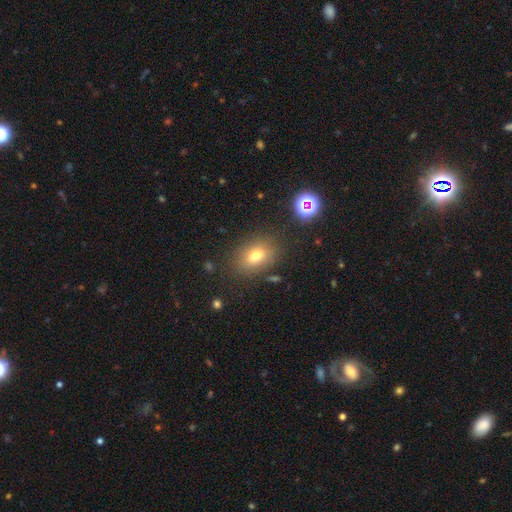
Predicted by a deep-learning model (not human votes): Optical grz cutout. It shows a smooth galaxy with no disk features (74%) that is in between round and cigar-shaped (74%). Merging: none (81%).